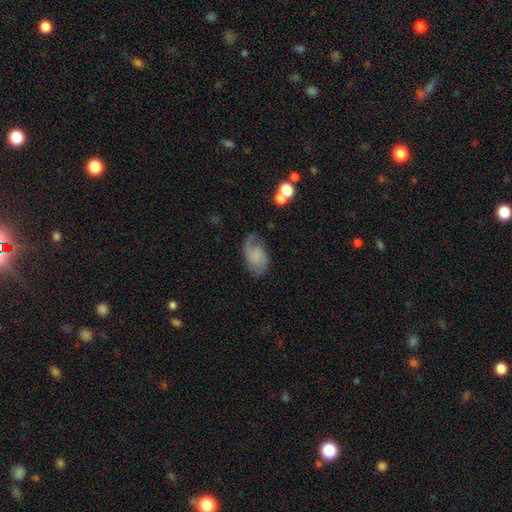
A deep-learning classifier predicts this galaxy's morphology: Smooth or featured: featured or disk — 64% (smooth — 28%)
Edge-on disk: no — 97% (yes — 3%)
Bar: no — 65% (weak — 29%)
Spiral arms: yes — 93% (no — 7%)
Spiral winding: medium — 45% (loose — 33%)
Spiral arm count: 2 — 82% (1 — 7%)
Bulge size: none — 53% (small — 25%)
Merging: none — 66% (minor disturbance — 21%)